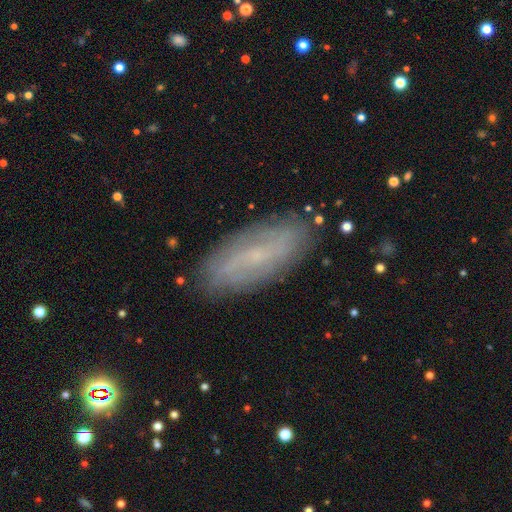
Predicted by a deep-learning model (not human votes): Overall: featured or disk (52%; smooth 38%). Edge-on disk: no (81%). Merging: none (85%).